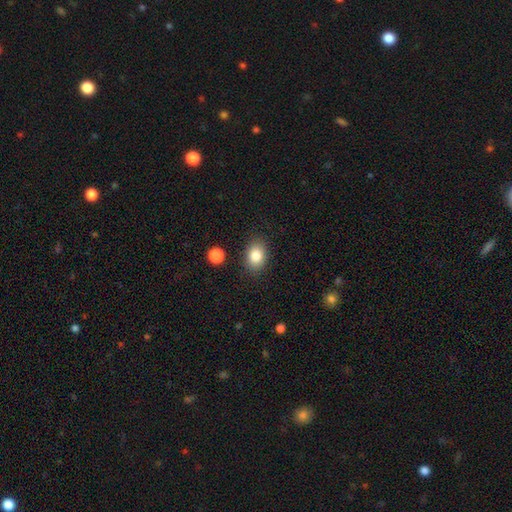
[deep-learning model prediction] Smooth or featured?
  - smooth: 83% *
  - star or artifact: 9%
  - featured or disk: 8%
How rounded?
  - in between: 69% *
  - round: 30%
  - cigar-shaped: 1%
Merging?
  - none: 86% *
  - minor disturbance: 10%
  - major disturbance: 3%
  - merger: 2%